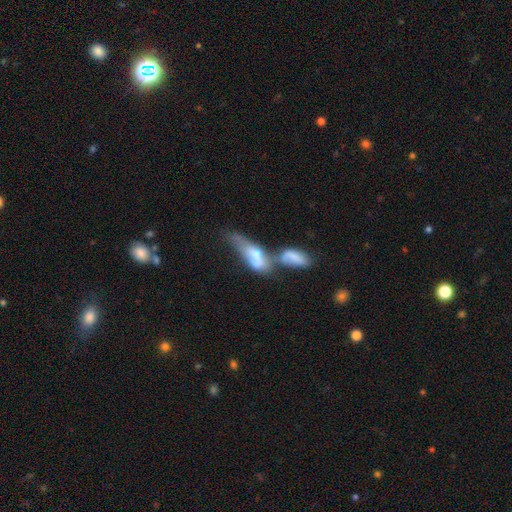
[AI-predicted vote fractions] Smooth or featured: smooth — 54% (featured or disk — 37%)
How rounded: in between — 67% (cigar-shaped — 30%)
Merging: merger — 72% (major disturbance — 12%)